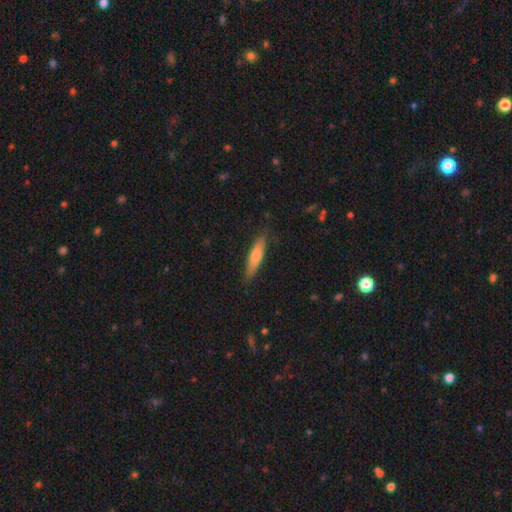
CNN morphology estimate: This is likely a smooth galaxy (72%). How rounded: likely cigar-shaped (75%). Merging: clearly none (82%).